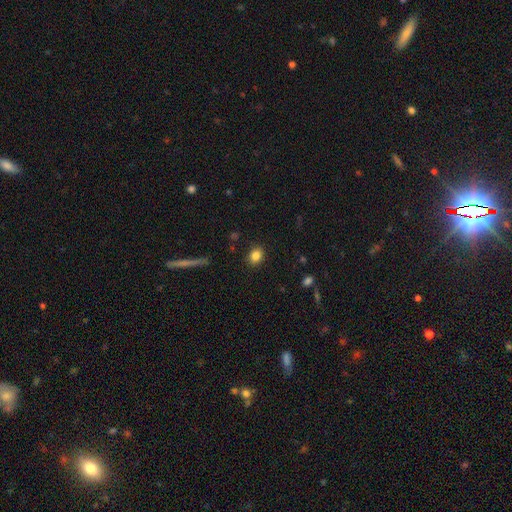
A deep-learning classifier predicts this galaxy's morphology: This appears to be a smooth galaxy with no disk features (84%) that is round (57%). Merging: none (88%).